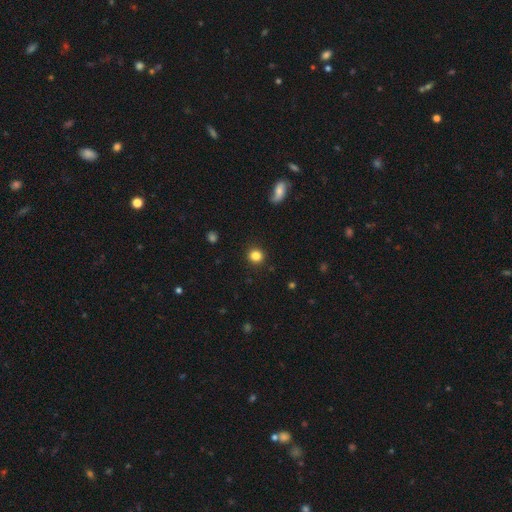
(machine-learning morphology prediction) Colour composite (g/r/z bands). It shows a smooth galaxy with no disk features (84%) that is round (91%). Merging: none (91%).